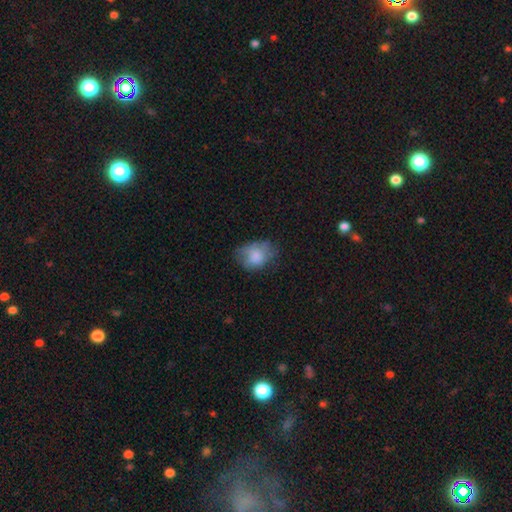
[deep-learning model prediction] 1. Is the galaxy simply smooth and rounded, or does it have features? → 76% smooth, 16% featured or disk, 8% star or artifact.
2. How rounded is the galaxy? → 71% in between, 28% round, 1% cigar-shaped.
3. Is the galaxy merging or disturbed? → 49% none, 33% minor disturbance, 16% major disturbance, 2% merger.